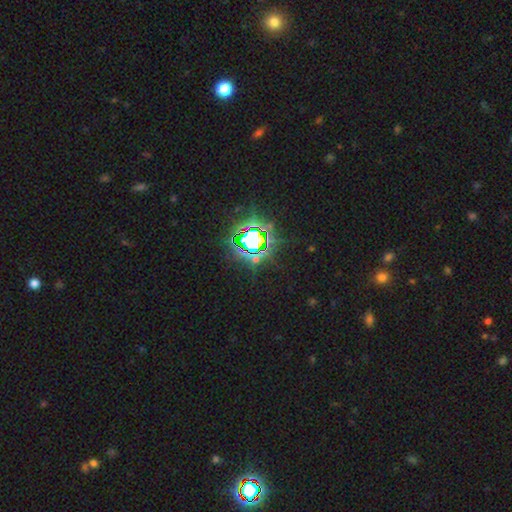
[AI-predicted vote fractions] Smooth or featured: star or artifact — 79% (smooth — 12%)